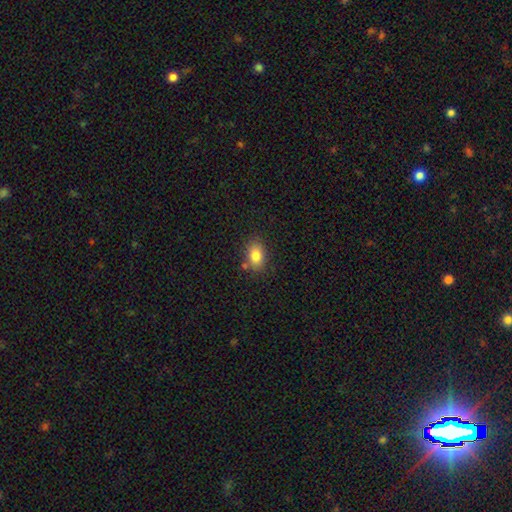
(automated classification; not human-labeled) A smooth galaxy with no disk features (83%) that is in between round and cigar-shaped (82%).

Vote fractions:
- Smooth or featured? smooth: 83% / star or artifact: 9% / featured or disk: 8%
- How rounded? in between: 82% / round: 16% / cigar-shaped: 2%
- Merging? none: 76% / minor disturbance: 14% / merger: 7% / major disturbance: 3%